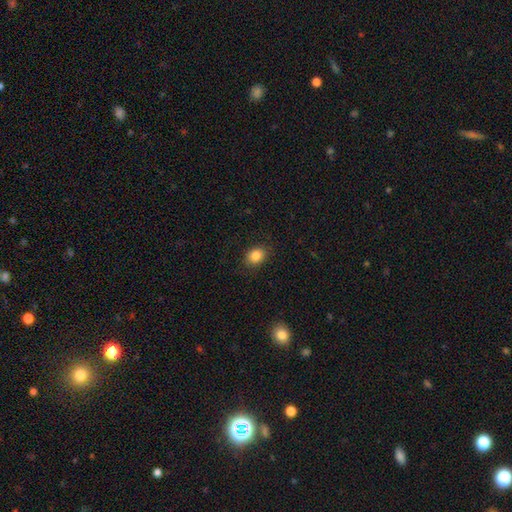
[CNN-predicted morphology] Overall: smooth (86%). How rounded: in between (63%; round 36%). Merging: none (87%).